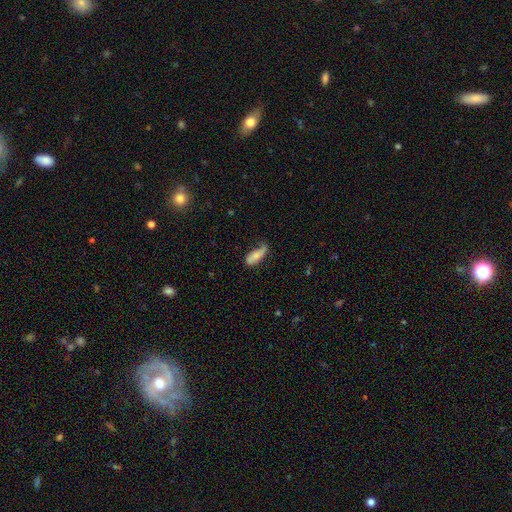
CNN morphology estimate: smooth-or-featured: smooth: 63% | featured or disk: 29% | star or artifact: 7%
  how-rounded: in between: 73% | cigar-shaped: 25% | round: 3%
  merging: none: 38% | minor disturbance: 36% | major disturbance: 22% | merger: 4%